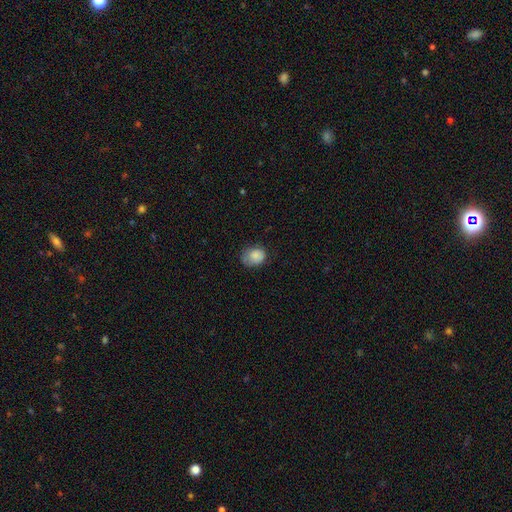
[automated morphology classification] smooth 83%, featured or disk 9%, star or artifact 8%. Down the decision tree: how rounded — in between (53%); merging — none (55%).